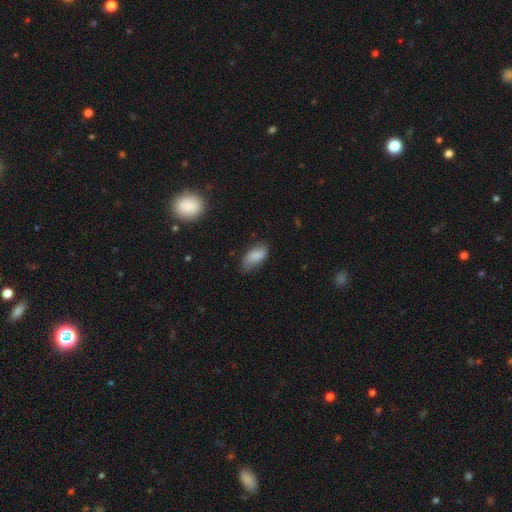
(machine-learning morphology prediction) This appears to be a smooth galaxy with no disk features (85%) that is in between round and cigar-shaped (91%). Merging: none (65%).